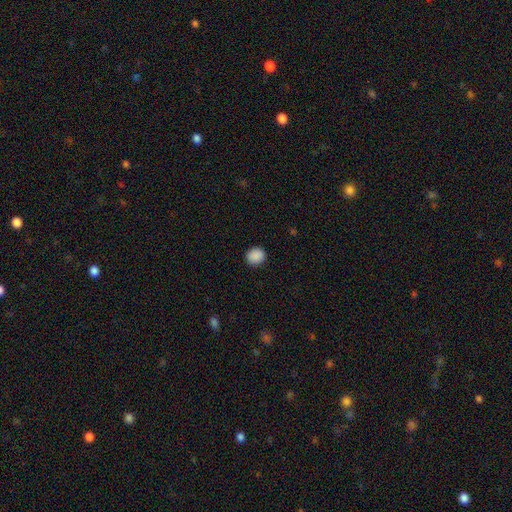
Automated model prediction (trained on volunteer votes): Overall: smooth (90%). How rounded: round (73%). Merging: none (90%).